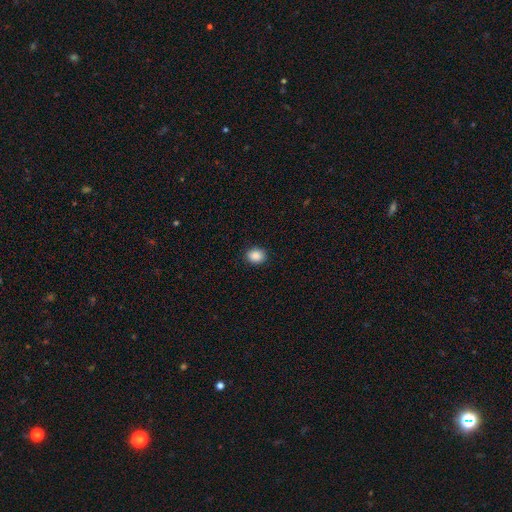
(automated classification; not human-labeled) This appears to be a smooth galaxy with no disk features (88%) that is round (64%). Merging: none (90%).